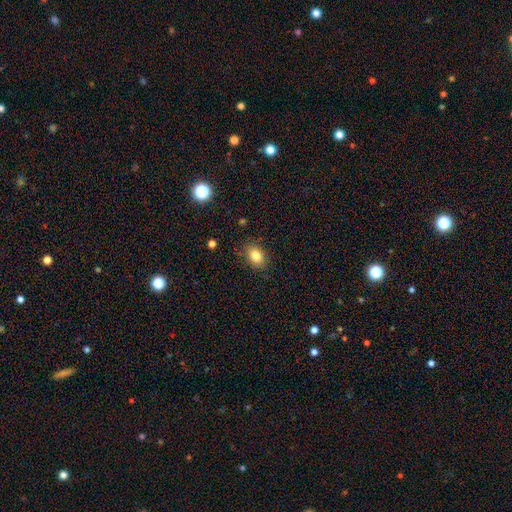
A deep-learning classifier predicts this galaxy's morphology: This appears to be a smooth galaxy with no disk features (83%) that is in between round and cigar-shaped (71%). Merging: none (84%).